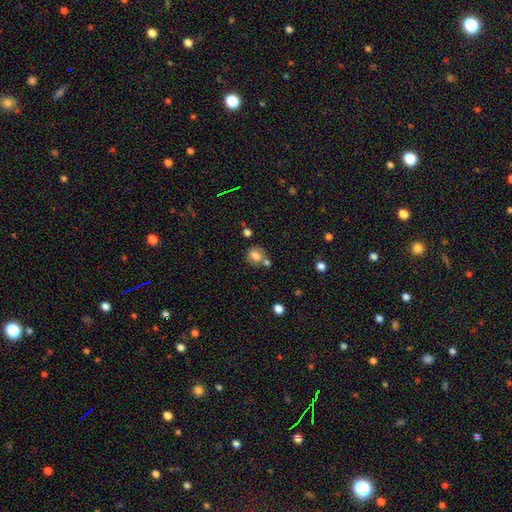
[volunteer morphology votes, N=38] Q: Smooth or featured?
A: smooth (84%); runner-up: featured or disk (11%)
Q: How rounded?
A: round (62%); runner-up: in between (34%)
Q: Merging?
A: none (58%); runner-up: merger (28%)